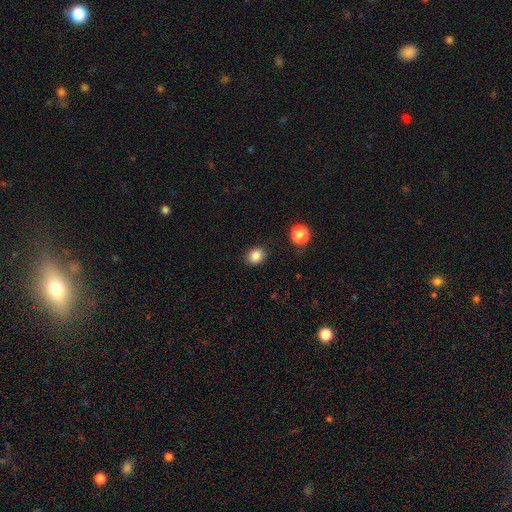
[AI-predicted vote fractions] Q: Smooth or featured?
A: smooth (86%); runner-up: star or artifact (11%)
Q: How rounded?
A: round (67%); runner-up: in between (32%)
Q: Merging?
A: none (87%); runner-up: minor disturbance (8%)